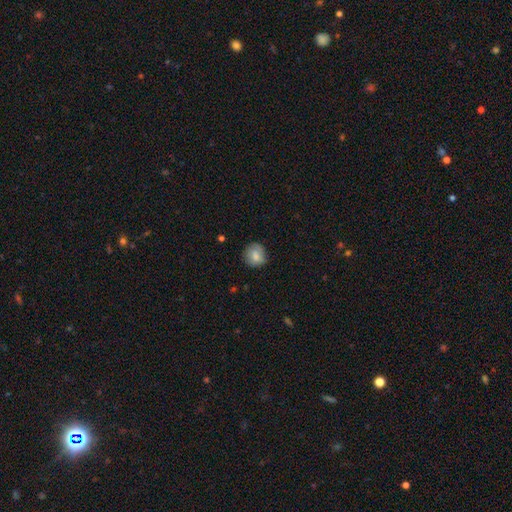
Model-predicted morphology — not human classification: Smooth or featured?
  - smooth: 77% *
  - featured or disk: 15%
  - star or artifact: 8%
How rounded?
  - round: 84% *
  - in between: 15%
  - cigar-shaped: 1%
Merging?
  - none: 75% *
  - minor disturbance: 19%
  - major disturbance: 5%
  - merger: 2%